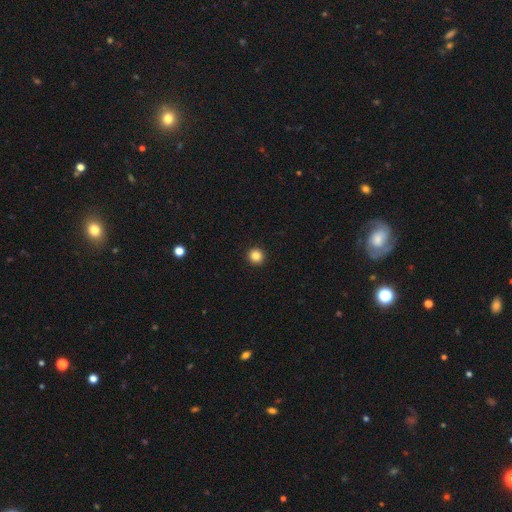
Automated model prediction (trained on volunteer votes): Overall: smooth (85%). How rounded: round (95%). Merging: none (94%).